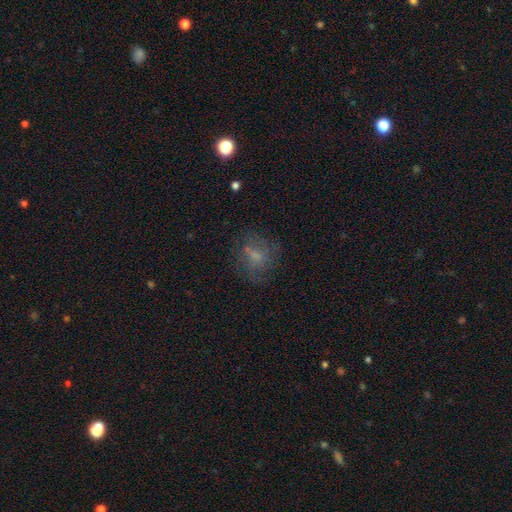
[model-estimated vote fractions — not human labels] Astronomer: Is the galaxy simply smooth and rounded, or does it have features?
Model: smooth — 51% (runner-up: featured or disk, 34%).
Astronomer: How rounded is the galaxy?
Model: round — 62%.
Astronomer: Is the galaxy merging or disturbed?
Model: none — 61%.